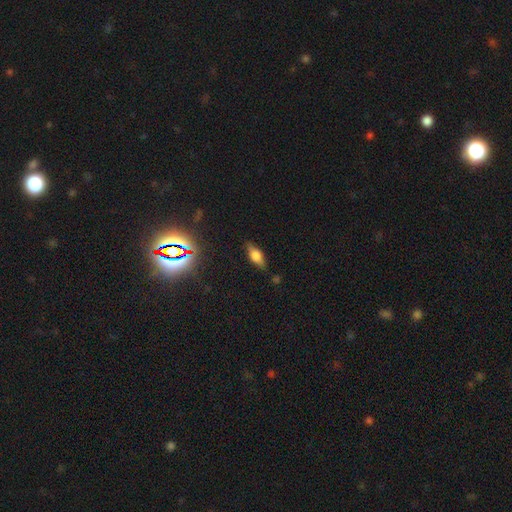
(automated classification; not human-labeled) Overall: smooth (54%; featured or disk 34%). How rounded: in between (72%). Merging: none (82%).